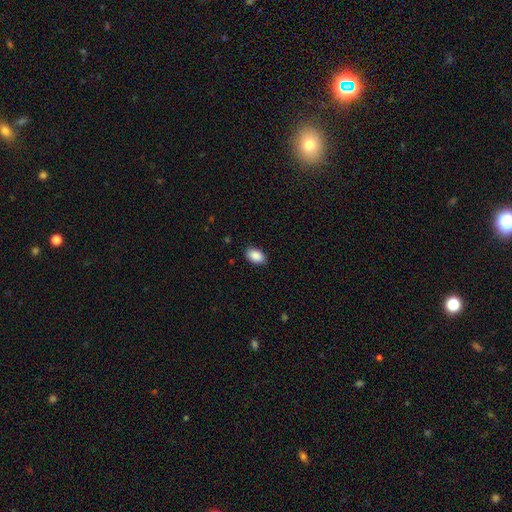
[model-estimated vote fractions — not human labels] Smooth or featured? smooth (90%)
How rounded? in between (91%)
Merging? none (88%)